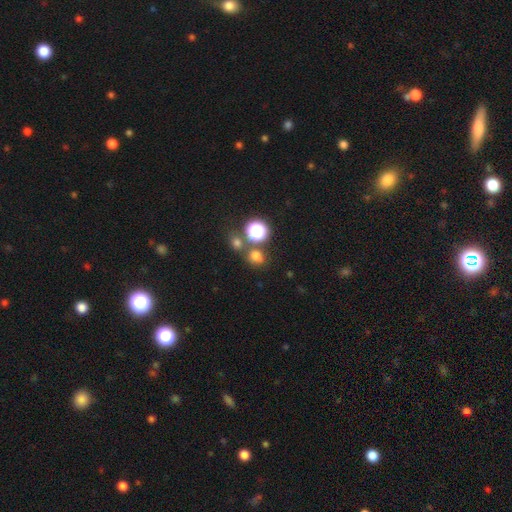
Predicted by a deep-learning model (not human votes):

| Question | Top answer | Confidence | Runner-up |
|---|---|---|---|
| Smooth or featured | smooth | 69% | star or artifact (24%) |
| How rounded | round | 70% | in between (28%) |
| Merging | none | 66% | merger (19%) |